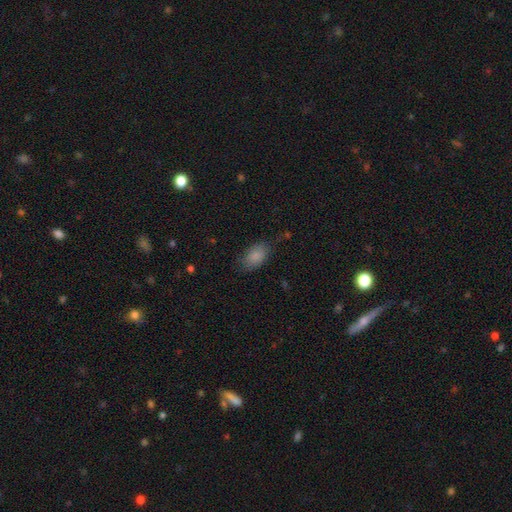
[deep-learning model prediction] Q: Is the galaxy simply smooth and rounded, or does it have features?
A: smooth — 86%.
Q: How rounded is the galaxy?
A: in between — 93%.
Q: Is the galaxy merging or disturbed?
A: none — 72%.